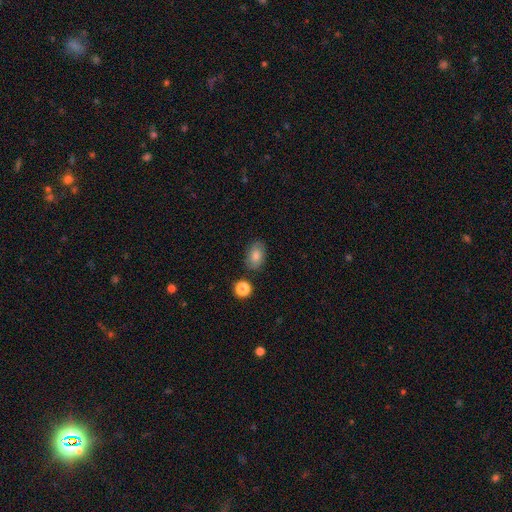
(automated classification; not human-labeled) This is likely a smooth galaxy (77%). How rounded: clearly in between (83%). Merging: clearly none (82%).